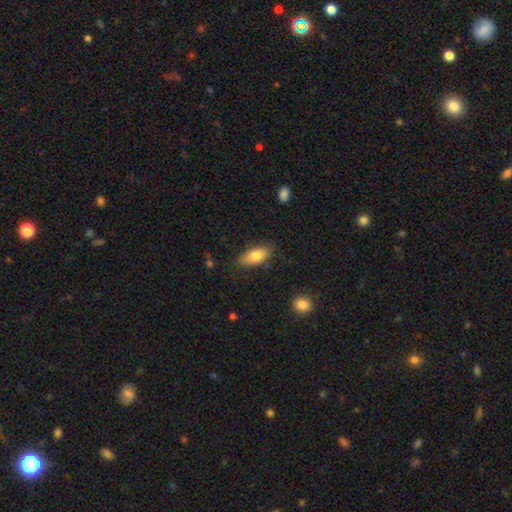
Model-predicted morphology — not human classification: smooth 77%, featured or disk 16%, star or artifact 7%. Down the decision tree: how rounded — in between (84%); merging — none (76%).